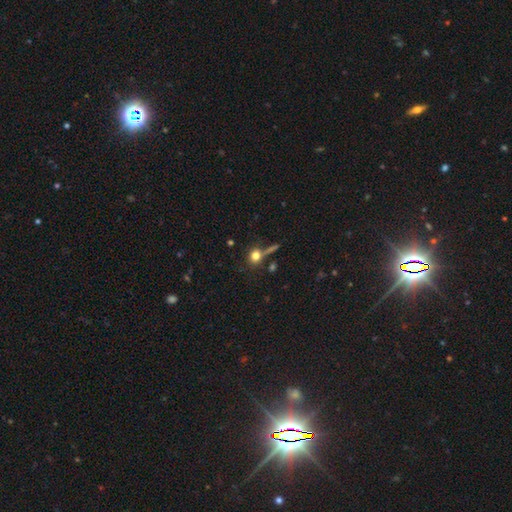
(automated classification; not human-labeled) Overall: smooth (75%). How rounded: round (80%). Merging: none (62%).